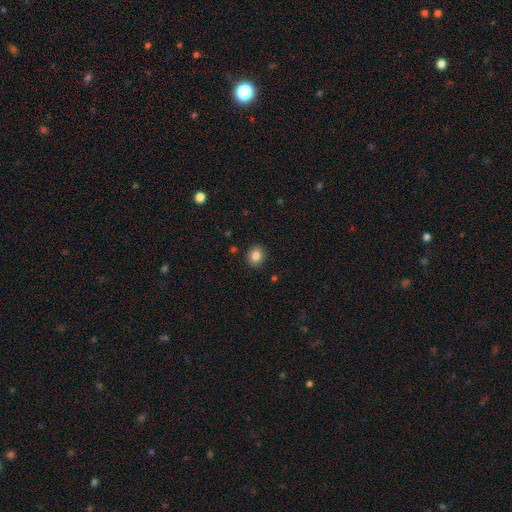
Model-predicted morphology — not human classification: smooth 84%, star or artifact 10%, featured or disk 7%. Down the decision tree: how rounded — round (67%); merging — none (90%).